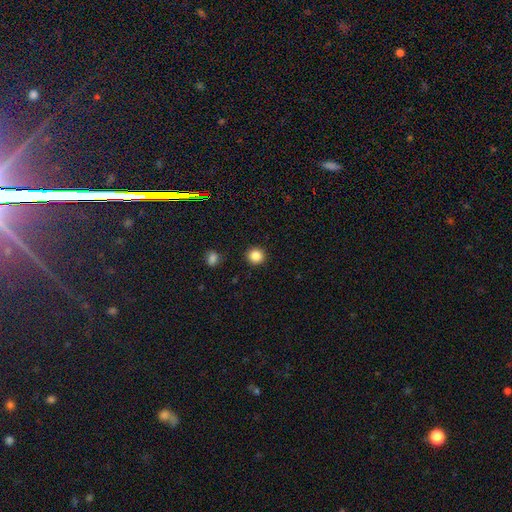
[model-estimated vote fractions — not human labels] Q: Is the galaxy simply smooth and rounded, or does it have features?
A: smooth — 86%.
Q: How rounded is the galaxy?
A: round — 93%.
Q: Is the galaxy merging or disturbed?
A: none — 92%.